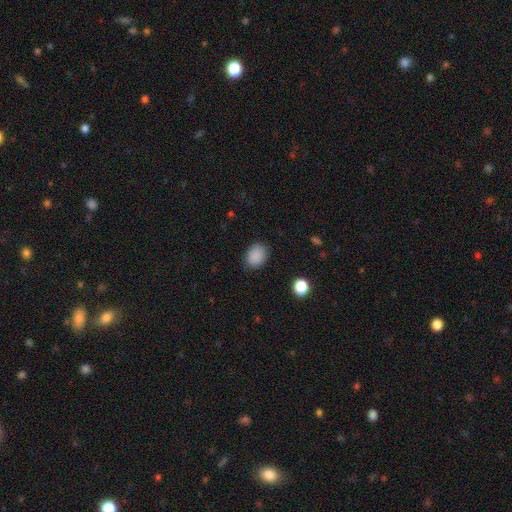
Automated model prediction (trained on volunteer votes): The model was most divided on "how rounded": in between: 59%, round: 40%, cigar-shaped: 1%. More confident: smooth or featured — smooth (87%); merging — none (83%).